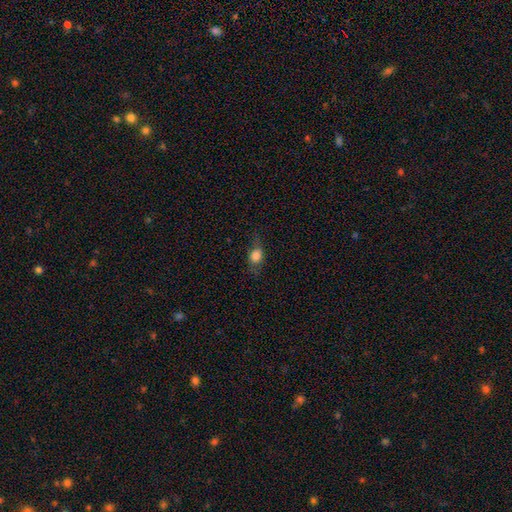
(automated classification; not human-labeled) Overall: smooth (74%). How rounded: in between (56%; round 40%). Merging: none (62%; minor disturbance 24%).